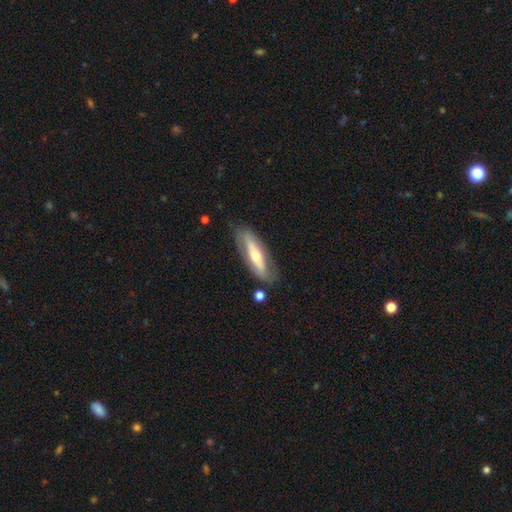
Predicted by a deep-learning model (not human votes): Smooth or featured?
  - featured or disk: 58% *
  - smooth: 36%
  - star or artifact: 5%
Edge-on disk?
  - no: 51% *
  - yes: 49%
Merging?
  - none: 75% *
  - minor disturbance: 16%
  - major disturbance: 6%
  - merger: 3%